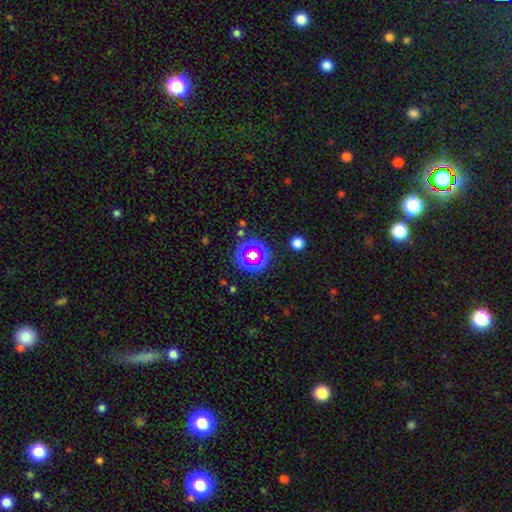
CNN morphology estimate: Smooth or featured: smooth — 40% (star or artifact — 38%)
Merging: none — 77% (minor disturbance — 12%)